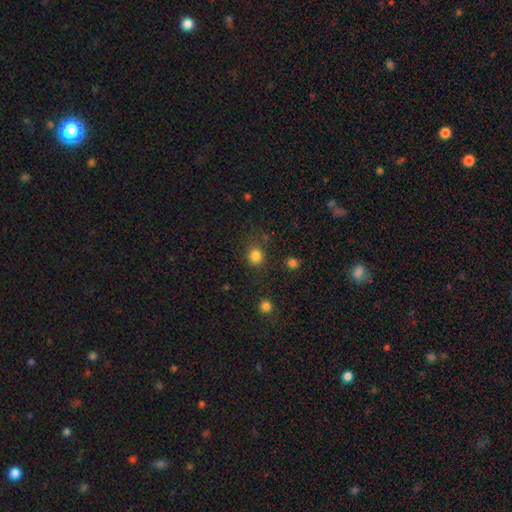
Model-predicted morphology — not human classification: This is clearly a smooth galaxy (83%). How rounded: clearly round (82%). Merging: clearly none (81%).